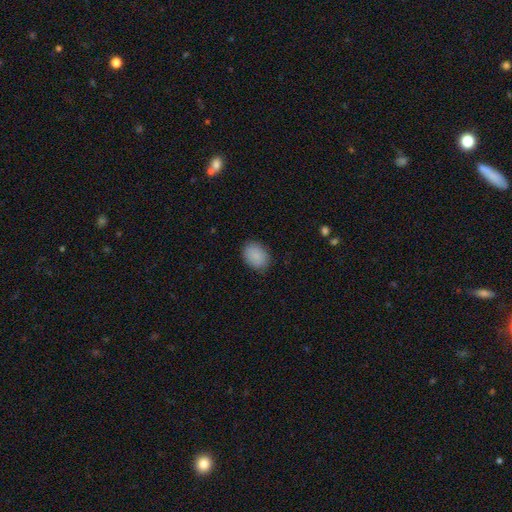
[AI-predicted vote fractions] A smooth galaxy with no disk features (88%) that is in between round and cigar-shaped (69%). Merging: none (86%).